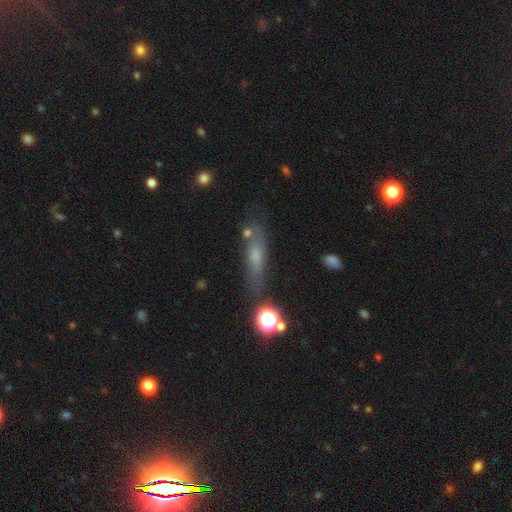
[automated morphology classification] smooth 53%, featured or disk 29%, star or artifact 18%. Down the decision tree: how rounded — cigar-shaped (59%); merging — none (63%).